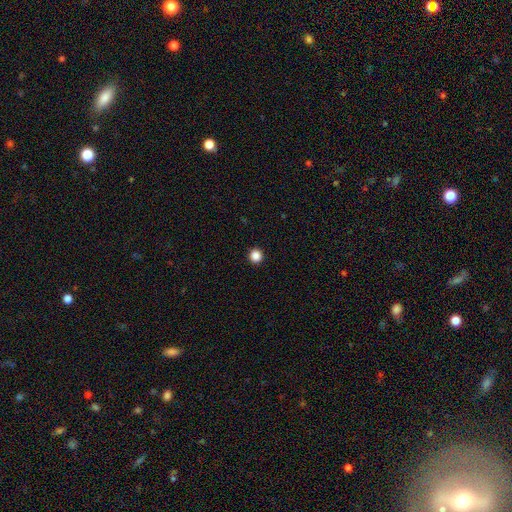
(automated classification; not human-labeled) Smooth or featured? smooth (87%)
How rounded? round (96%)
Merging? none (94%)